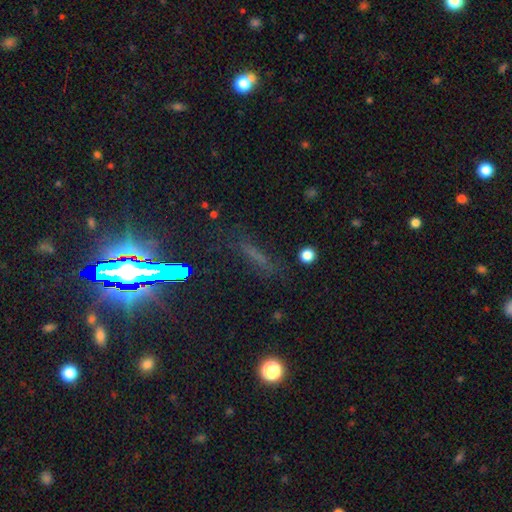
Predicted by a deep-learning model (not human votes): smooth-or-featured: star or artifact: 48% | smooth: 30% | featured or disk: 22%